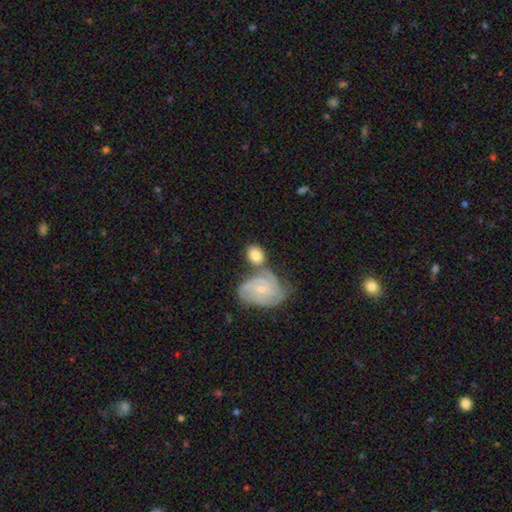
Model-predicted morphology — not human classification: Smooth or featured? Predicted: smooth (p=0.54). How rounded? Predicted: in between (p=0.58). Merging? Predicted: none (p=0.46).